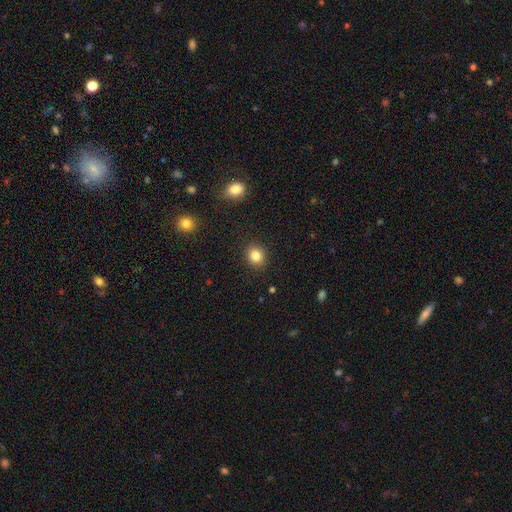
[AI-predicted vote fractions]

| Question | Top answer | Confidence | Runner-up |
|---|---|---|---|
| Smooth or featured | smooth | 84% | star or artifact (11%) |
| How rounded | round | 73% | in between (26%) |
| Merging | none | 90% | minor disturbance (7%) |